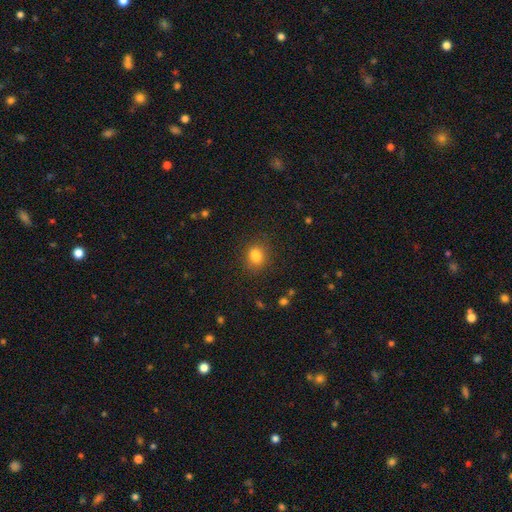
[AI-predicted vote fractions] This is clearly a smooth galaxy (82%). How rounded: possibly in between (59%). Merging: likely none (78%).